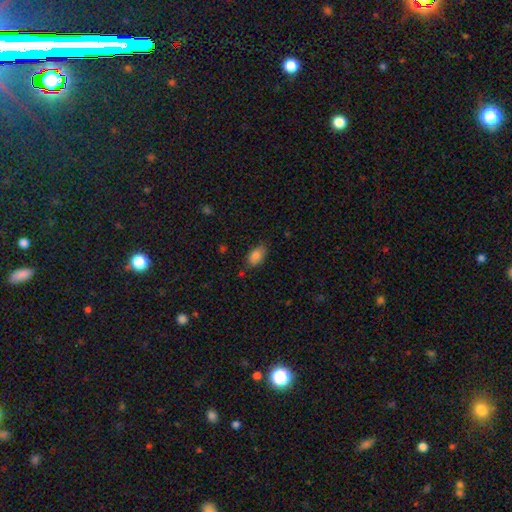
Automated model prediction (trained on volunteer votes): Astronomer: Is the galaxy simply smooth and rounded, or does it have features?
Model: smooth — 85%.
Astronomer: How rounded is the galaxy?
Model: in between — 91%.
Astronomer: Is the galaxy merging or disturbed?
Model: none — 72%.